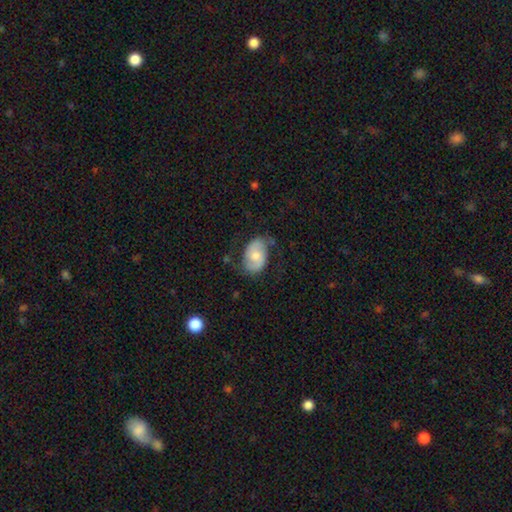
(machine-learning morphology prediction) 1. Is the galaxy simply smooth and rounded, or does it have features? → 50% featured or disk, 43% smooth, 7% star or artifact.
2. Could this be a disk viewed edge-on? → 97% no, 3% yes.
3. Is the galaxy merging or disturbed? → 63% none, 24% minor disturbance, 10% major disturbance, 2% merger.